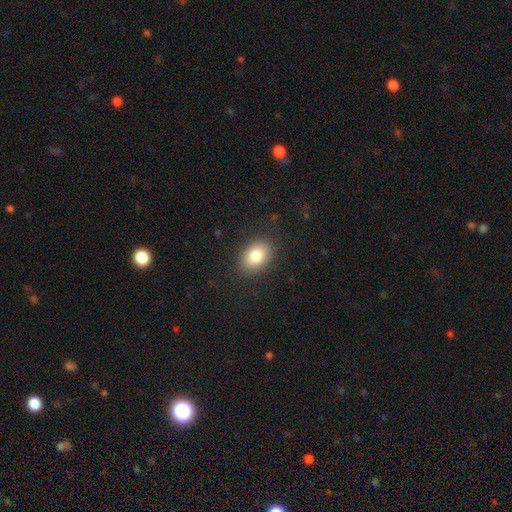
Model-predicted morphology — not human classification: This appears to be a smooth galaxy with no disk features (83%) that is in between round and cigar-shaped (78%). Merging: none (86%).